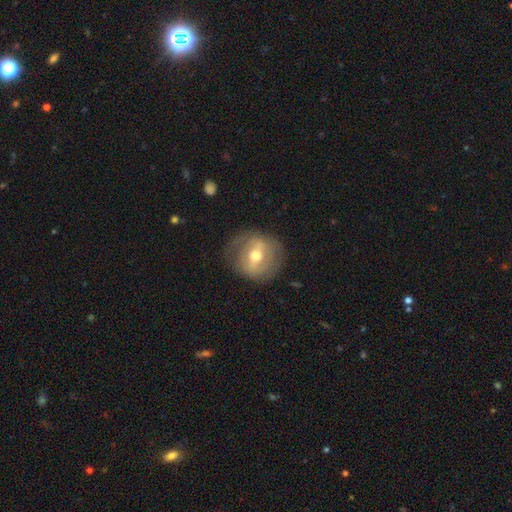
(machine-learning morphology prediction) A featured or disk galaxy (63%) with a strong bar (43%), no spiral arms (53%) and a moderate central bulge (71%). Merging: none (75%).